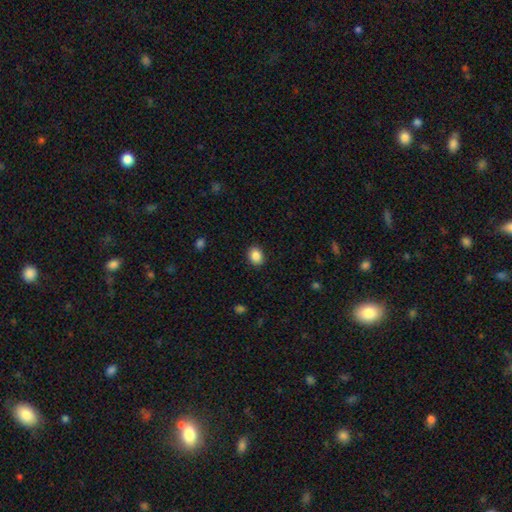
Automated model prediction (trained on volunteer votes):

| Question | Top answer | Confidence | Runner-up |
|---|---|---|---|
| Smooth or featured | smooth | 87% | star or artifact (9%) |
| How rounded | in between | 53% | round (46%) |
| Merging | none | 90% | minor disturbance (7%) |